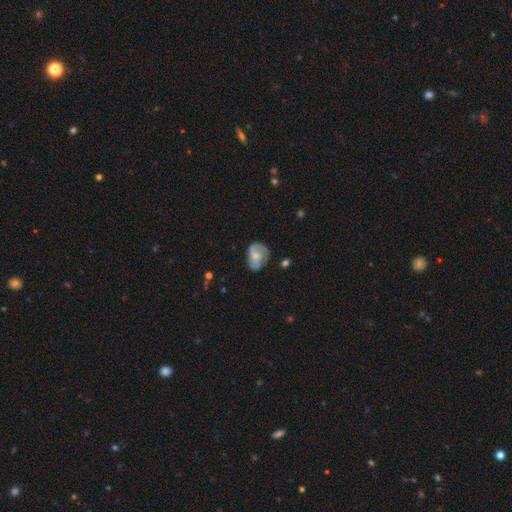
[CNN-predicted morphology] type=smooth (47%); merging=none (52%).